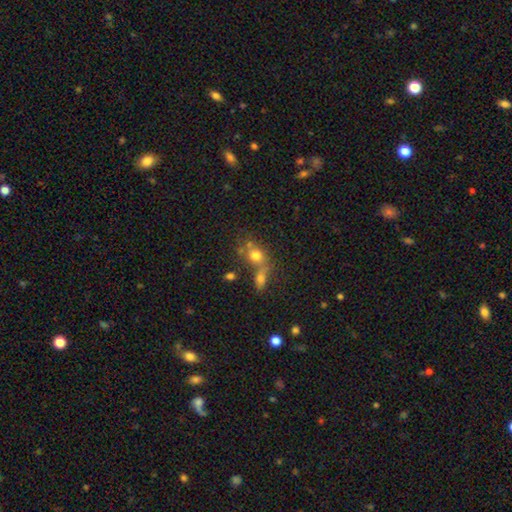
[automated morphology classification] The model was most divided on "merging": merger: 49%, none: 36%, minor disturbance: 9%, major disturbance: 6%. More confident: smooth or featured — smooth (69%); how rounded — round (62%).